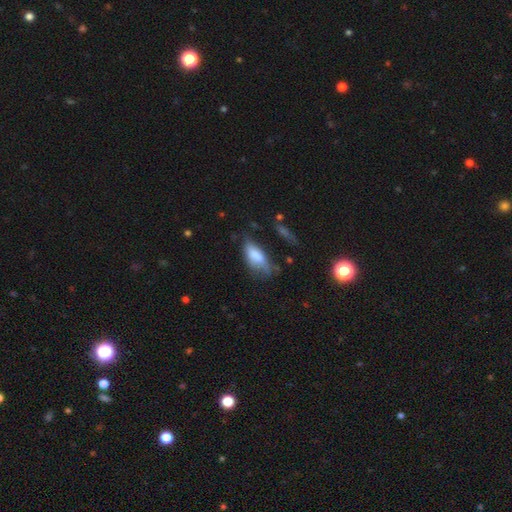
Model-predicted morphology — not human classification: This appears to be a smooth galaxy with no disk features (75%) that is in between round and cigar-shaped (84%). Merging: none (39%).